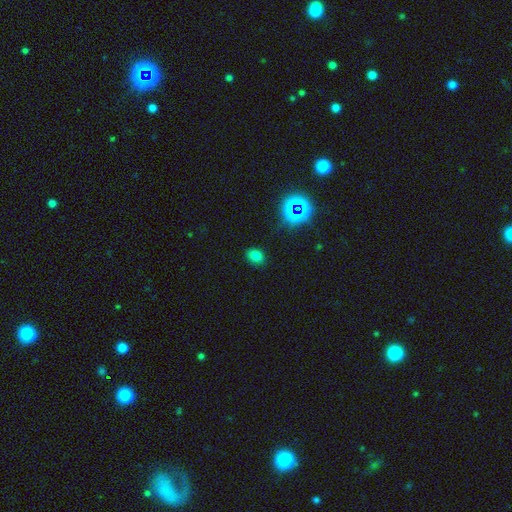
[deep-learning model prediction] Smooth or featured? smooth (73%)
How rounded? in between (62%)
Merging? none (85%)